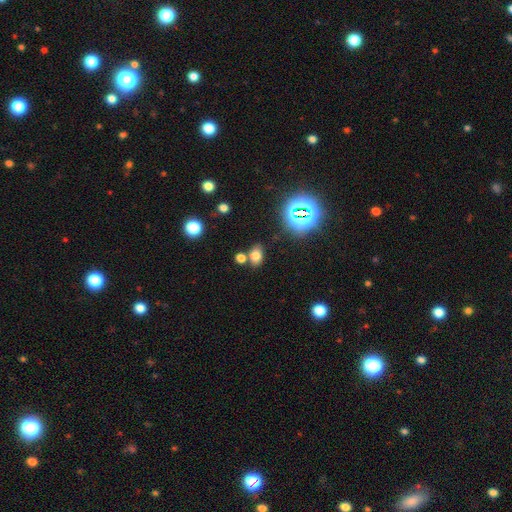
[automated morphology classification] This appears to be a smooth galaxy with no disk features (70%) that is in between round and cigar-shaped (74%). Merging: none (64%).